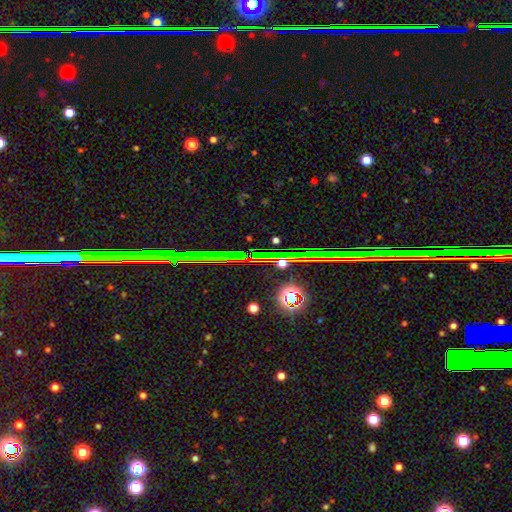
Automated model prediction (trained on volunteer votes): This appears to be a star or artifact, not a galaxy (79%).